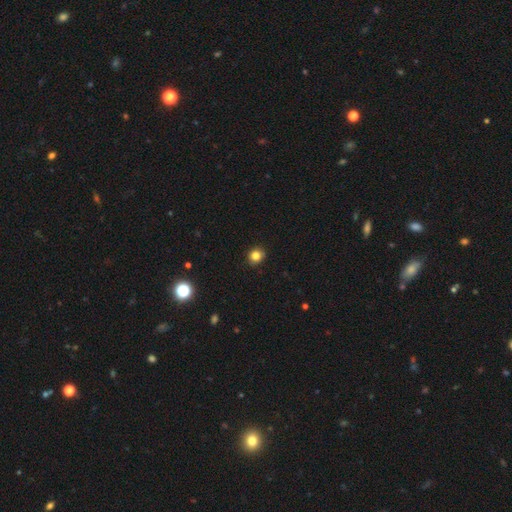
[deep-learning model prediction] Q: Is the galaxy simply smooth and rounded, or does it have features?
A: smooth — 83%.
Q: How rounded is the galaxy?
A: round — 82%.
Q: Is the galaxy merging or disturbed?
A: none — 89%.